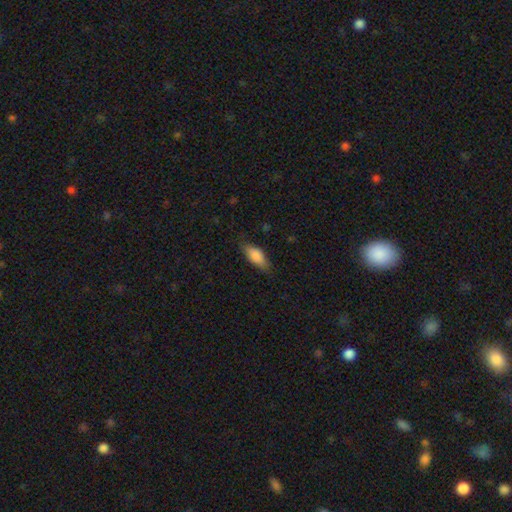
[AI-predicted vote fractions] The model was most divided on "merging": none: 75%, minor disturbance: 20%, major disturbance: 4%, merger: 1%. More confident: smooth or featured — smooth (83%); how rounded — in between (82%).